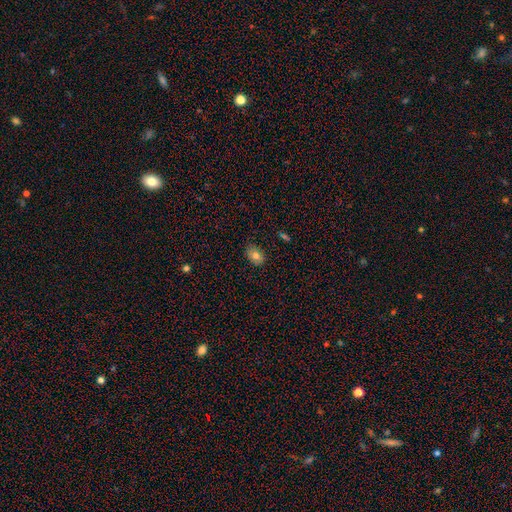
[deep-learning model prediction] A smooth galaxy with no disk features (79%) that is in between round and cigar-shaped (79%).

Vote fractions:
- Smooth or featured? smooth: 79% / featured or disk: 12% / star or artifact: 9%
- How rounded? in between: 79% / round: 20% / cigar-shaped: 1%
- Merging? none: 80% / minor disturbance: 17% / major disturbance: 3% / merger: 1%